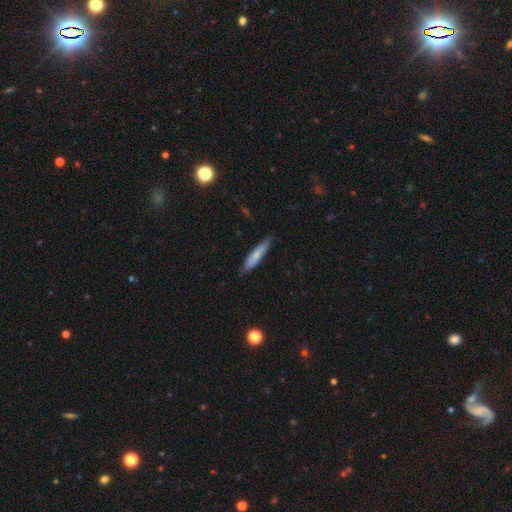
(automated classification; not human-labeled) Smooth or featured: smooth — 71% (featured or disk — 23%)
How rounded: cigar-shaped — 79% (in between — 19%)
Merging: none — 77% (minor disturbance — 19%)